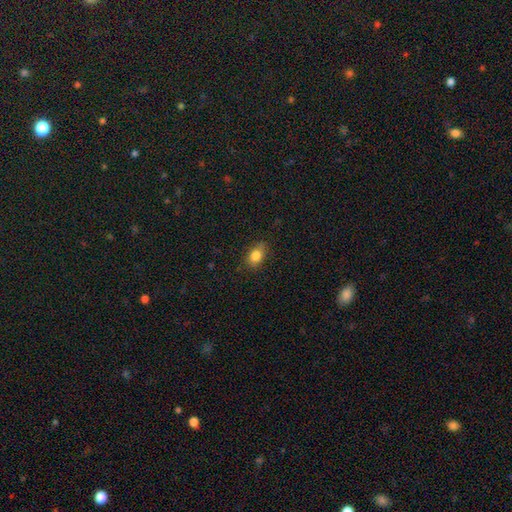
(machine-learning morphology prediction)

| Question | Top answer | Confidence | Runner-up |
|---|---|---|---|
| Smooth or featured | smooth | 83% | star or artifact (9%) |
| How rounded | in between | 77% | round (21%) |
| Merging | none | 80% | minor disturbance (16%) |